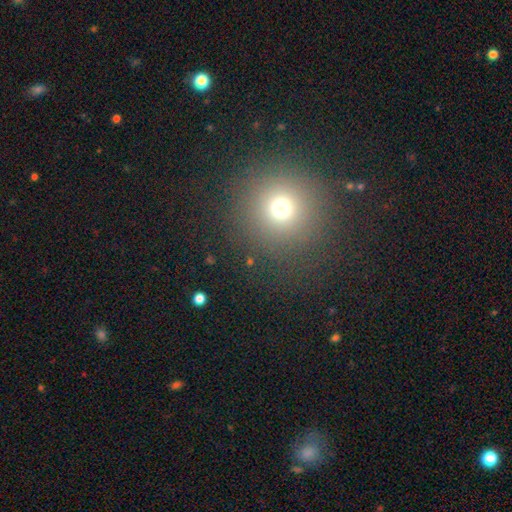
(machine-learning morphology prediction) Q: Smooth or featured?
A: smooth (65%); runner-up: star or artifact (28%)
Q: How rounded?
A: round (95%); runner-up: in between (4%)
Q: Merging?
A: none (90%); runner-up: minor disturbance (5%)